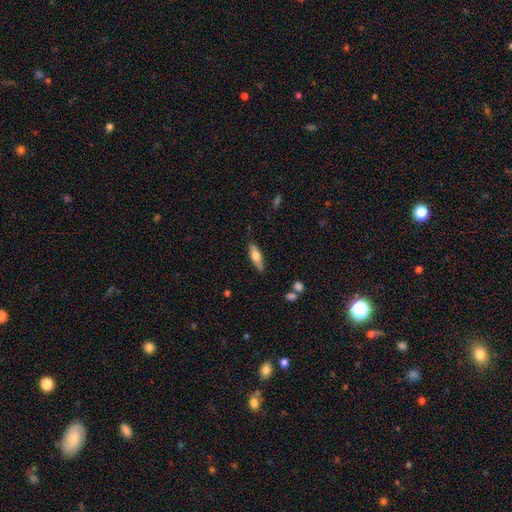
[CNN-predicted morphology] Smooth or featured? Predicted: smooth (p=0.60). How rounded? Predicted: cigar-shaped (p=0.53). Merging? Predicted: none (p=0.83).